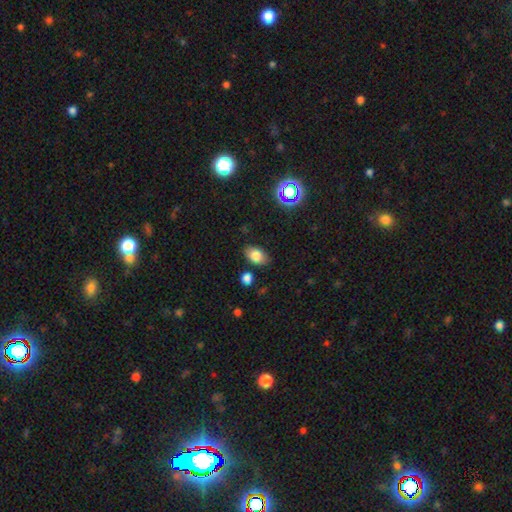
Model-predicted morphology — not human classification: smooth_or_featured: smooth (p=0.79) [alt: star or artifact p=0.11]
how_rounded: in between (p=0.86) [alt: round p=0.13]
merging: none (p=0.81) [alt: minor disturbance p=0.12]